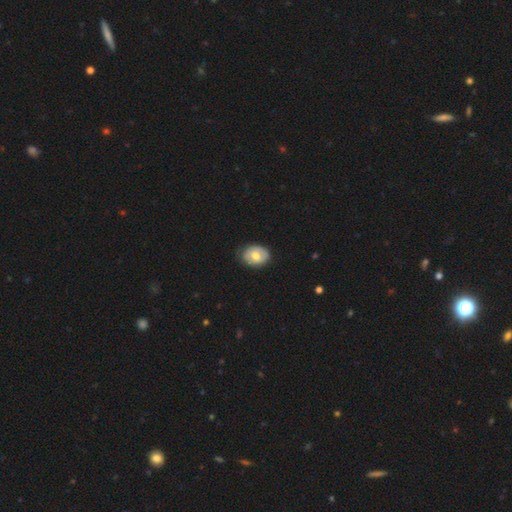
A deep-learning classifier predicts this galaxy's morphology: Q: Smooth or featured?
A: smooth (61%); runner-up: featured or disk (33%)
Q: How rounded?
A: in between (67%); runner-up: round (32%)
Q: Merging?
A: none (79%); runner-up: minor disturbance (17%)